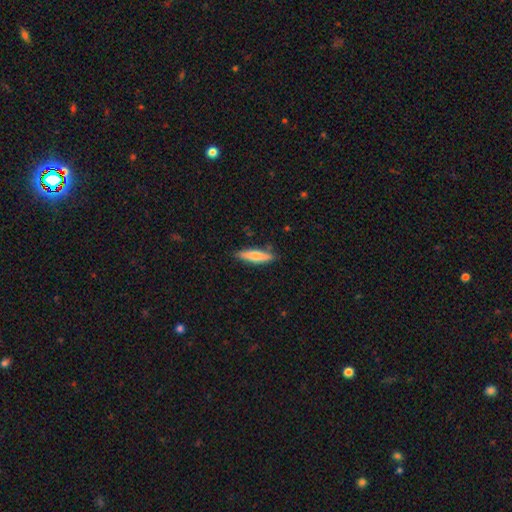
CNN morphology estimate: type=smooth (69%); roundness=cigar-shaped (75%); merging=none (84%).